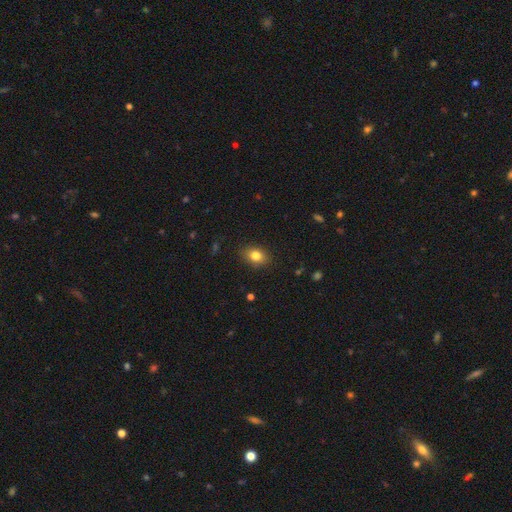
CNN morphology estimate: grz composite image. It shows a smooth galaxy with no disk features (81%) that is in between round and cigar-shaped (69%). Merging: none (87%).